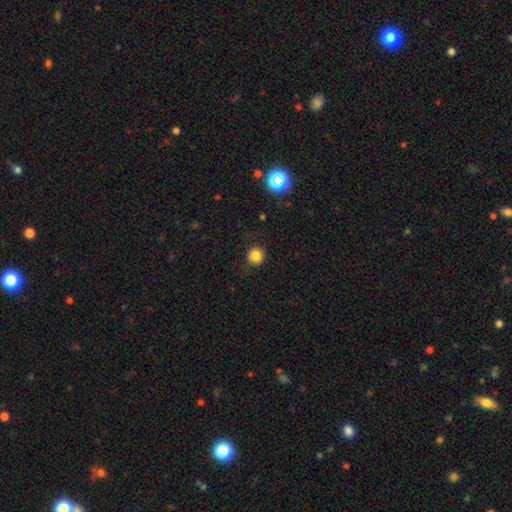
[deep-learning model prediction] smooth 82%, star or artifact 12%, featured or disk 6%. Down the decision tree: how rounded — round (91%); merging — none (83%).